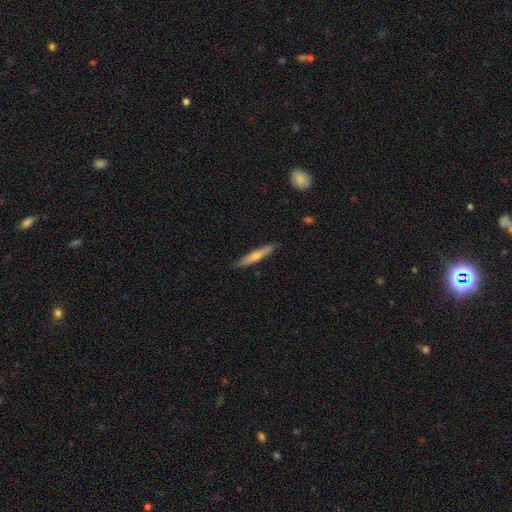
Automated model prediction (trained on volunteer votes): This appears to be a featured or disk galaxy (51%) viewed edge-on (94%). Merging: none (90%).